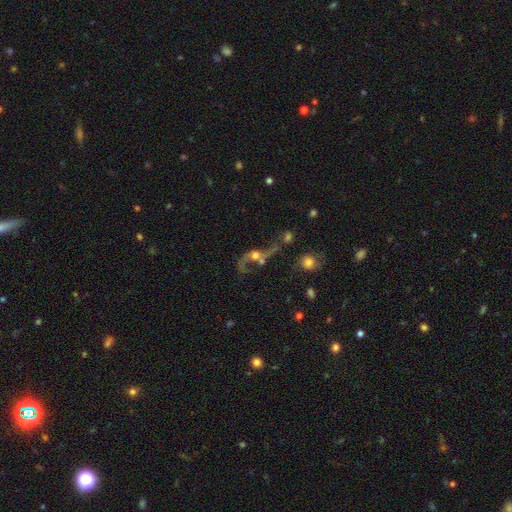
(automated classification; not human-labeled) The model was most divided on "merging": merger: 33%, none: 29%, major disturbance: 25%, minor disturbance: 13%. More confident: edge-on disk — no (92%); spiral winding — loose (88%); spiral arms — yes (80%); spiral arm count — 2 (80%); bar — no (72%); smooth or featured — featured or disk (70%); bulge size — moderate (53%).